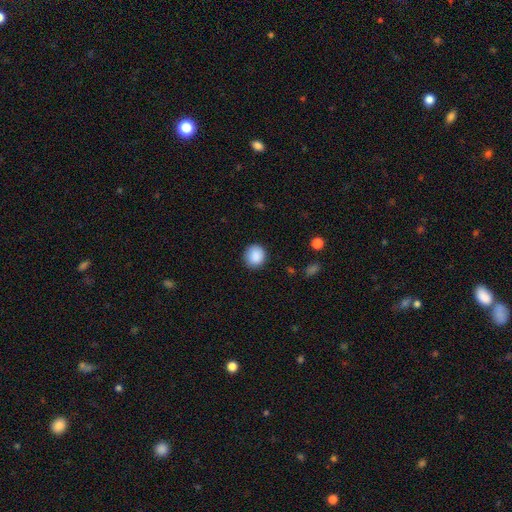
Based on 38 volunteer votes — smooth 95%, featured or disk 3%, star or artifact 3%. Down the decision tree: how rounded — round (86%); merging — none (84%).